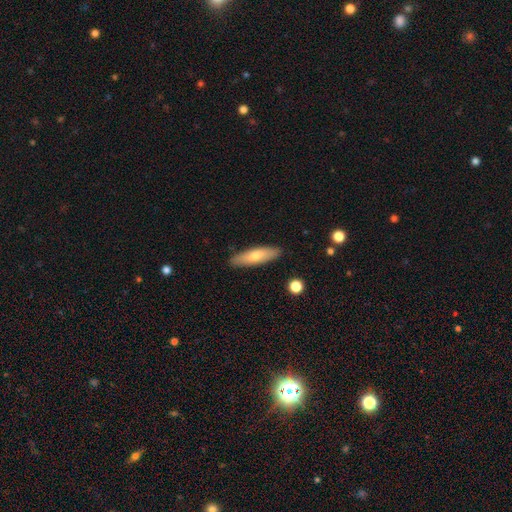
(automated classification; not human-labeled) Smooth or featured? smooth (69%)
How rounded? cigar-shaped (63%)
Merging? none (88%)